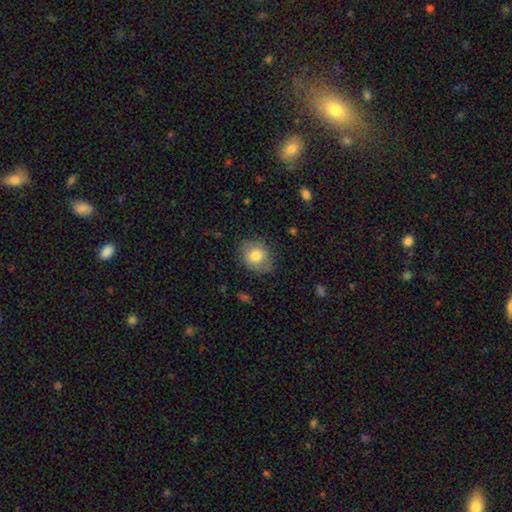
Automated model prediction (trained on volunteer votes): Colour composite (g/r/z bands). It shows a smooth galaxy with no disk features (78%) that is round (57%). Merging: none (76%).